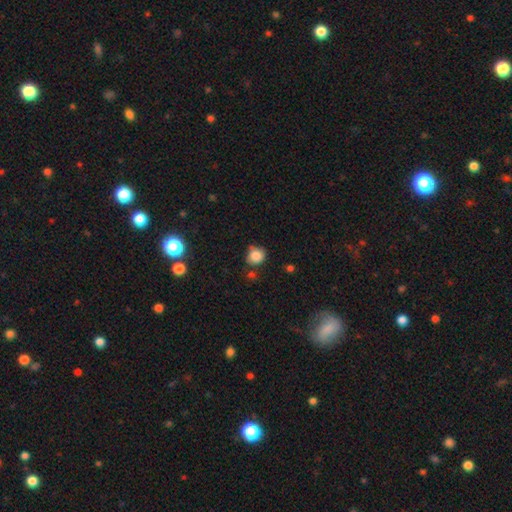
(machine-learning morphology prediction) A smooth galaxy with no disk features (83%) that is round (79%). Merging: none (70%).